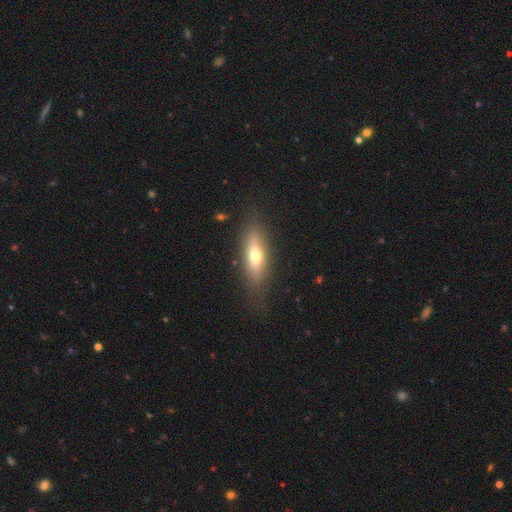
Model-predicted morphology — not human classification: smooth-or-featured: smooth: 58% | featured or disk: 34% | star or artifact: 8%
  how-rounded: in between: 53% | cigar-shaped: 43% | round: 4%
  merging: none: 79% | minor disturbance: 14% | major disturbance: 6% | merger: 2%